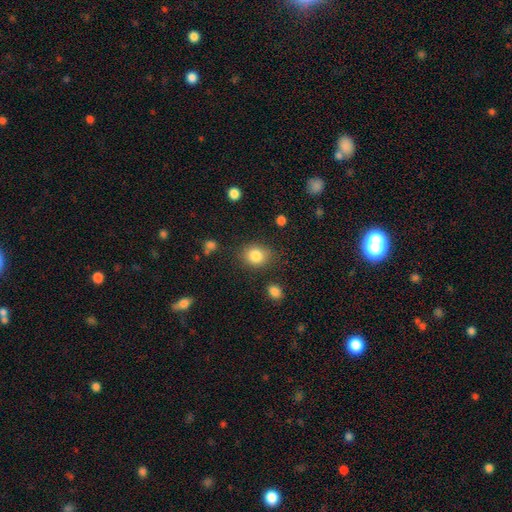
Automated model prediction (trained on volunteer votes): Morphology: type=smooth (83%); roundness=round (62%); merging=none (79%).